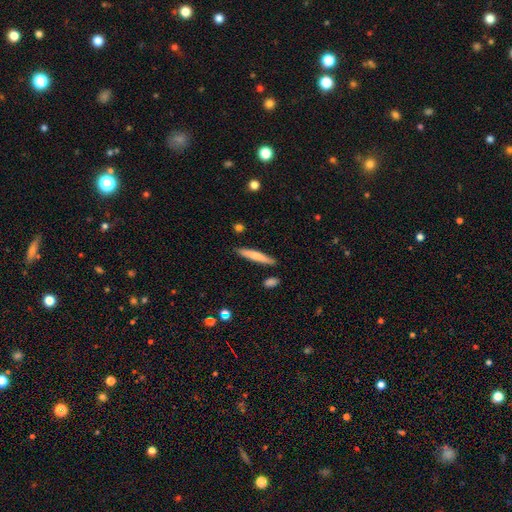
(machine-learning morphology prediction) Smooth or featured? Predicted: smooth (p=0.70). How rounded? Predicted: cigar-shaped (p=0.92). Merging? Predicted: none (p=0.86).